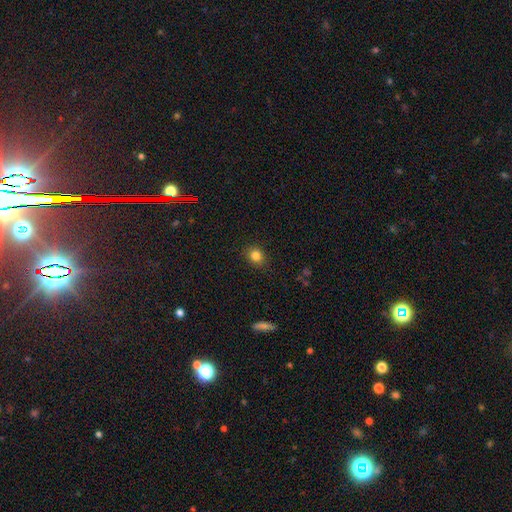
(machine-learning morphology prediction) Smooth or featured? smooth (82%)
How rounded? round (67%)
Merging? none (88%)